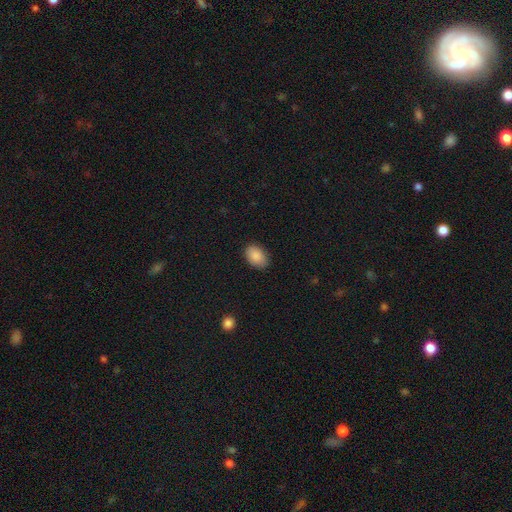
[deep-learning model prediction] Morphology: type=smooth (89%); roundness=in between (86%); merging=none (85%).